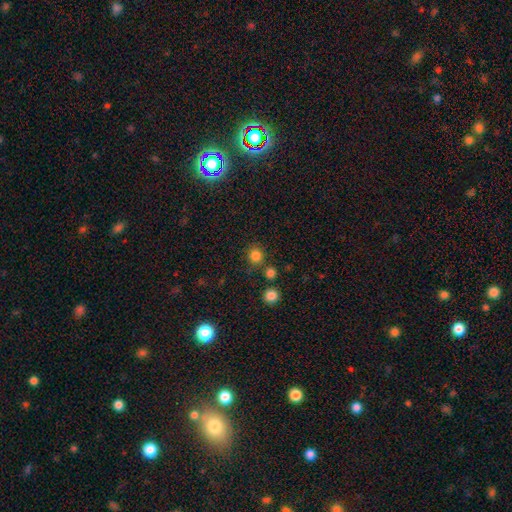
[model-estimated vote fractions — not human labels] smooth 82%, star or artifact 14%, featured or disk 4%. Down the decision tree: how rounded — round (89%); merging — none (80%).